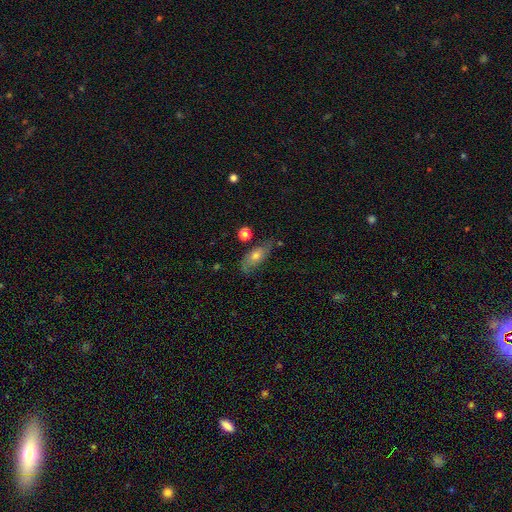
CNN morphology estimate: Smooth or featured?
  - smooth: 46% *
  - featured or disk: 43%
  - star or artifact: 11%
Merging?
  - none: 69% *
  - minor disturbance: 20%
  - major disturbance: 7%
  - merger: 4%